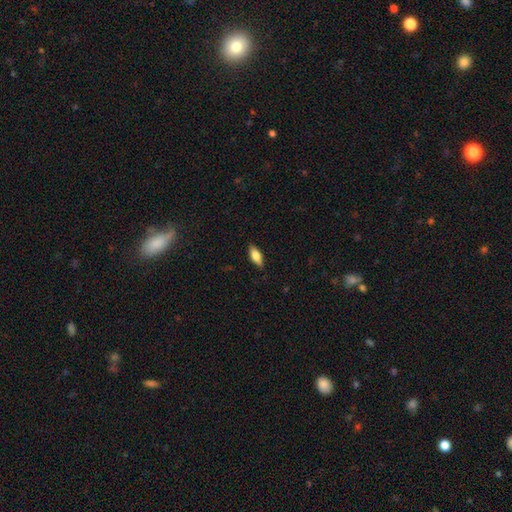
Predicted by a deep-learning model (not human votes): Smooth or featured? smooth (75%)
How rounded? in between (78%)
Merging? none (87%)